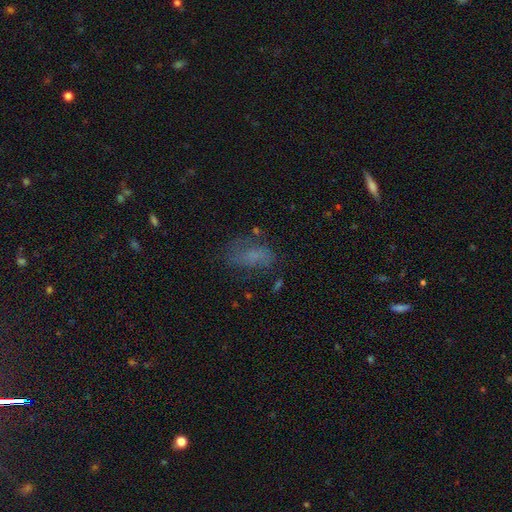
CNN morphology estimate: This appears to be a smooth galaxy with no disk features (49%). Merging: none (56%).